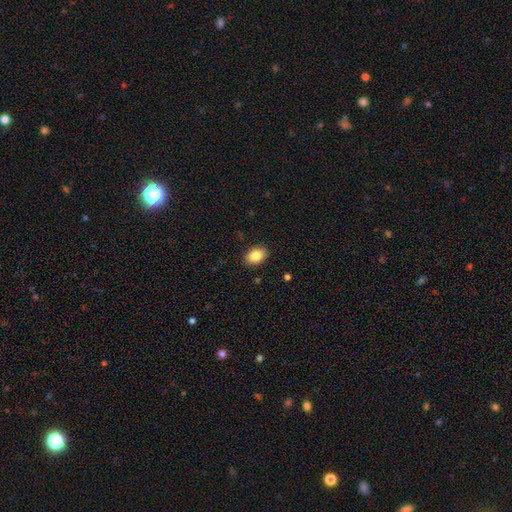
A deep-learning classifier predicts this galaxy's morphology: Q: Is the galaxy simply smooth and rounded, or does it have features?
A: smooth — 85%.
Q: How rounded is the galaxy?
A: in between — 85%.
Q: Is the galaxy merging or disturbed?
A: none — 89%.